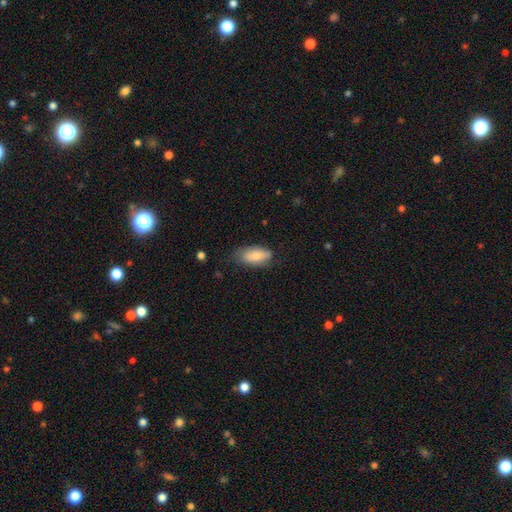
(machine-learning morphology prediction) Smooth or featured?
  - smooth: 77% *
  - featured or disk: 16%
  - star or artifact: 6%
How rounded?
  - in between: 88% *
  - cigar-shaped: 10%
  - round: 3%
Merging?
  - none: 67% *
  - minor disturbance: 26%
  - major disturbance: 6%
  - merger: 2%